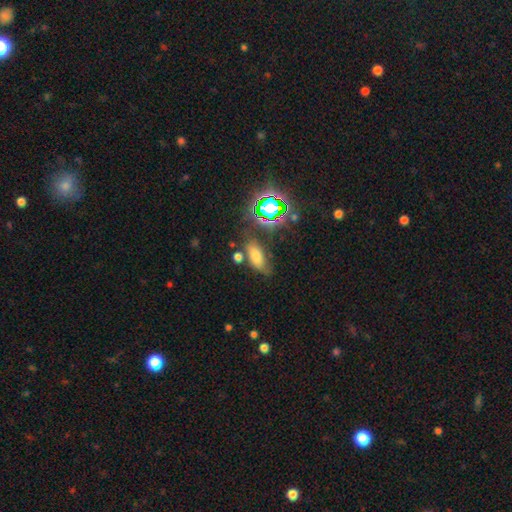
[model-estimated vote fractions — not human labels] Overall: smooth (62%; star or artifact 24%). How rounded: in between (78%). Merging: none (66%).